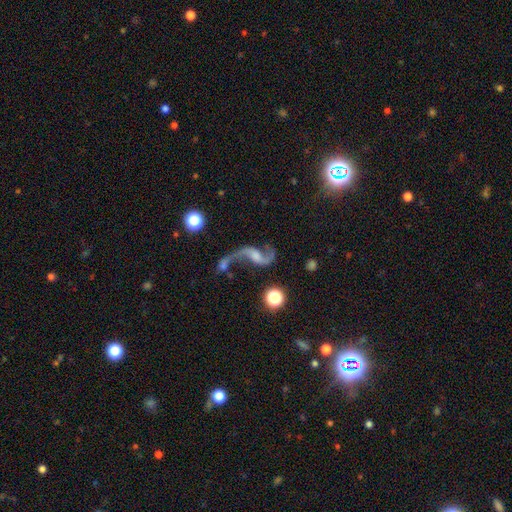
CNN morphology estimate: type=featured or disk (87%); edge-on=no (95%); bar=no (45%); spiral arms=yes (95%); winding=loose (91%); arm count=2 (91%); bulge=small (38%); merging=none (47%).